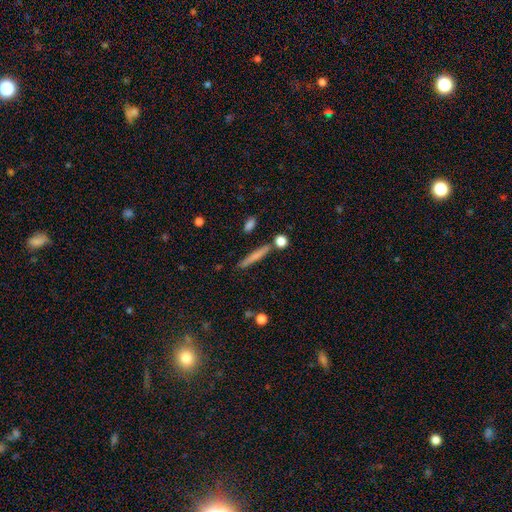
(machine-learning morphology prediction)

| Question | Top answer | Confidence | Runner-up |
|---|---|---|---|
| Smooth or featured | smooth | 66% | featured or disk (27%) |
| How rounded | cigar-shaped | 92% | in between (5%) |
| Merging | none | 80% | minor disturbance (11%) |